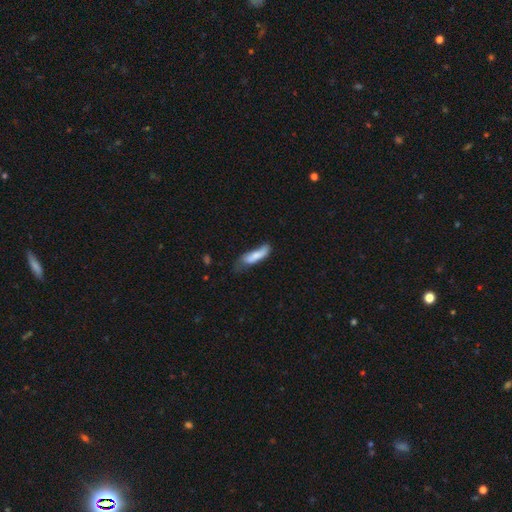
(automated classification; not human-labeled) Smooth or featured? smooth (74%)
How rounded? cigar-shaped (60%)
Merging? none (39%)